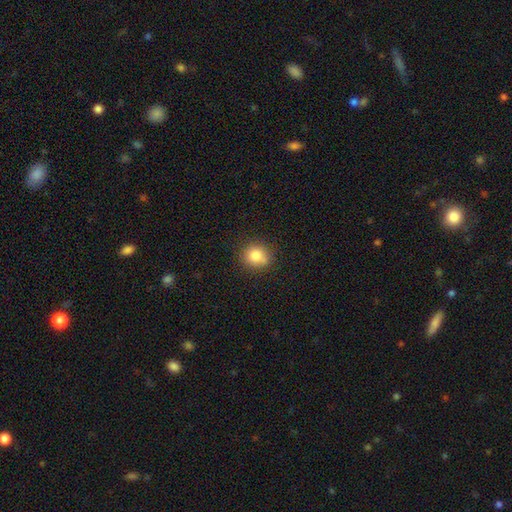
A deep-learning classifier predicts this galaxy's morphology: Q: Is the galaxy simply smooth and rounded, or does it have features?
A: smooth — 81%.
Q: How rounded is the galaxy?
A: round — 83%.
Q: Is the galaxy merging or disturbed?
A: none — 74%.